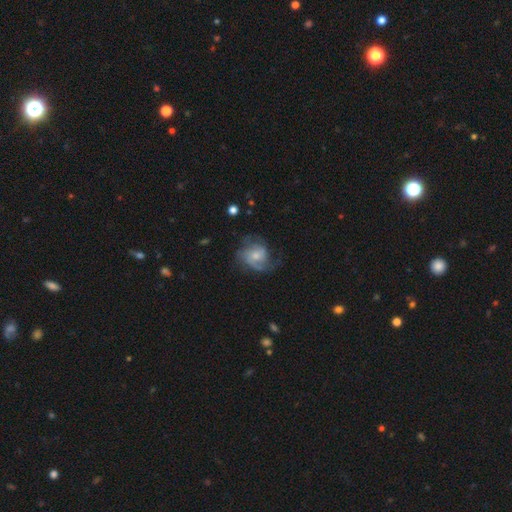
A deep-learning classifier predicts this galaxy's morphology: This is likely a featured or disk galaxy (69%). It is clearly not viewed edge-on (98%). Bar: likely no (68%). Spiral arm pattern: clearly yes (88%). Spiral arm count: marginally 2 (29%). Spiral winding: possibly medium (45%). Central bulge: possibly small (49%). Merging: possibly none (55%).